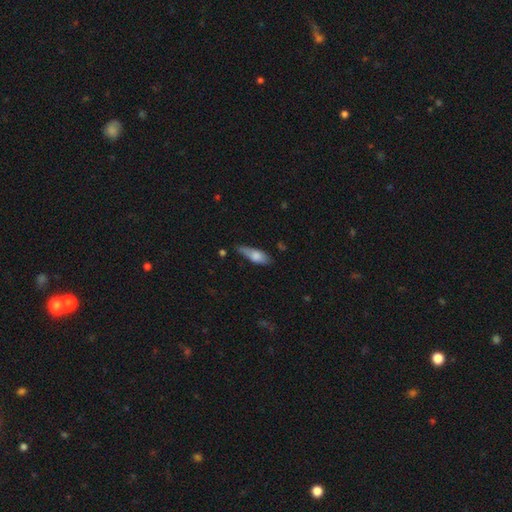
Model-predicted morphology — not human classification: type=smooth (72%); roundness=in between (59%); merging=none (51%).